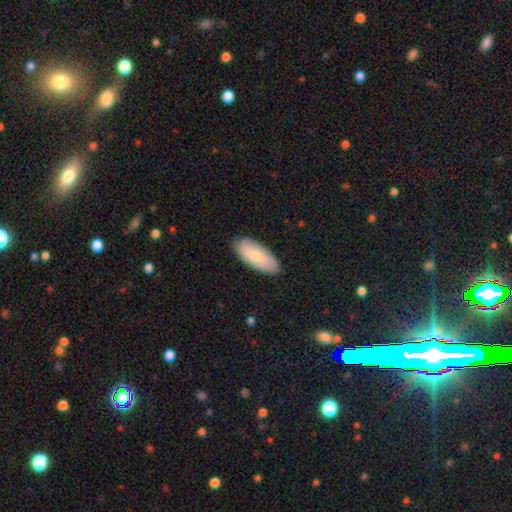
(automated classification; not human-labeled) Smooth or featured: smooth — 70% (featured or disk — 24%)
How rounded: in between — 87% (cigar-shaped — 11%)
Merging: none — 86% (minor disturbance — 11%)